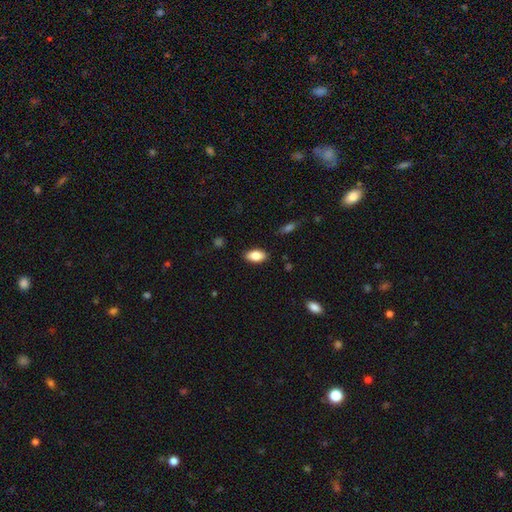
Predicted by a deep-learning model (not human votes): This appears to be a smooth galaxy with no disk features (85%) that is in between round and cigar-shaped (92%). Merging: none (87%).